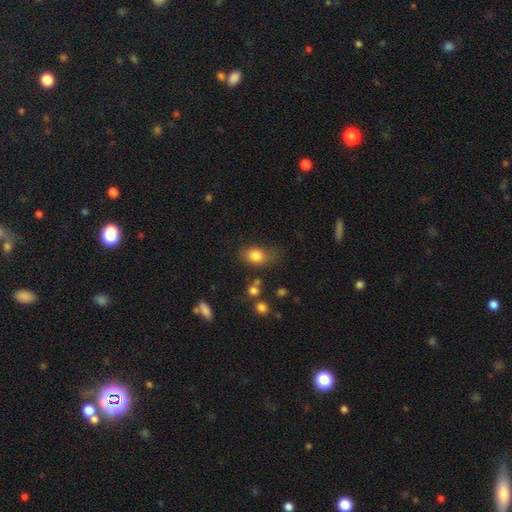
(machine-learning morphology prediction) This appears to be a smooth galaxy with no disk features (81%) that is in between round and cigar-shaped (68%). Merging: none (54%).